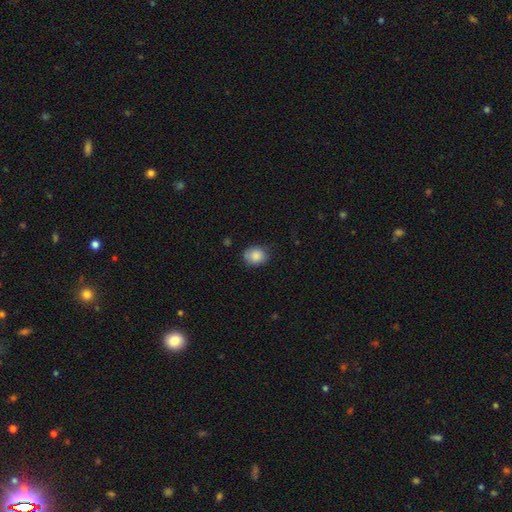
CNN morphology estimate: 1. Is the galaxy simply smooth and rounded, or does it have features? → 84% smooth, 8% star or artifact, 8% featured or disk.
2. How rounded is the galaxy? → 61% round, 39% in between, 1% cigar-shaped.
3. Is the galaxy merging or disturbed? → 73% none, 21% minor disturbance, 4% major disturbance, 1% merger.